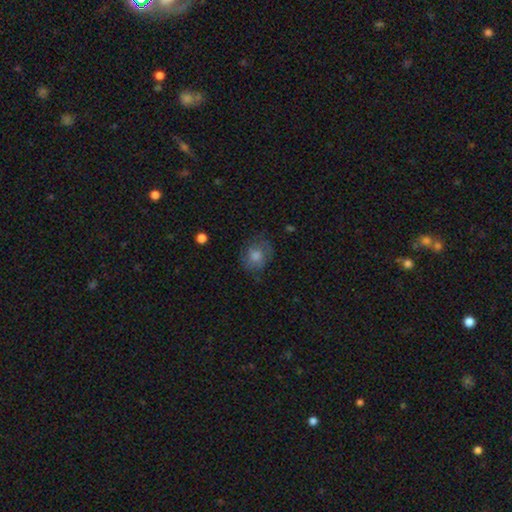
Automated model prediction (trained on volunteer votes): Overall: smooth (60%; featured or disk 25%). How rounded: round (69%; in between 30%). Merging: none (73%).